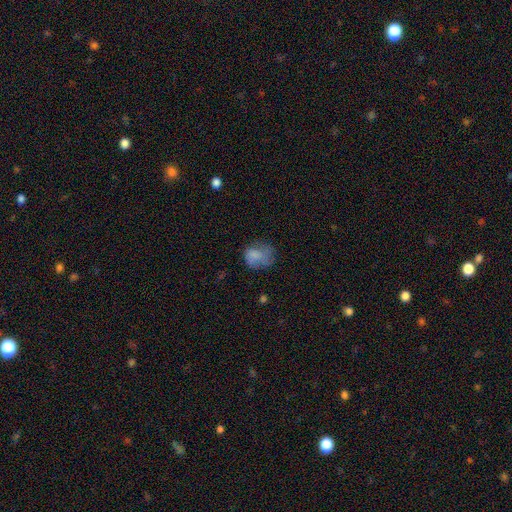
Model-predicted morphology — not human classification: smooth-or-featured: smooth: 74% | featured or disk: 15% | star or artifact: 11%
  how-rounded: round: 51% | in between: 48% | cigar-shaped: 1%
  merging: none: 43% | minor disturbance: 30% | major disturbance: 24% | merger: 2%